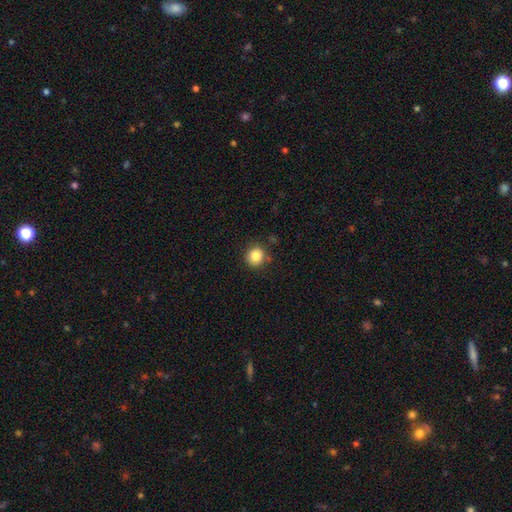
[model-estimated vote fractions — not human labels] Morphology: type=smooth (85%); roundness=round (92%); merging=none (86%).